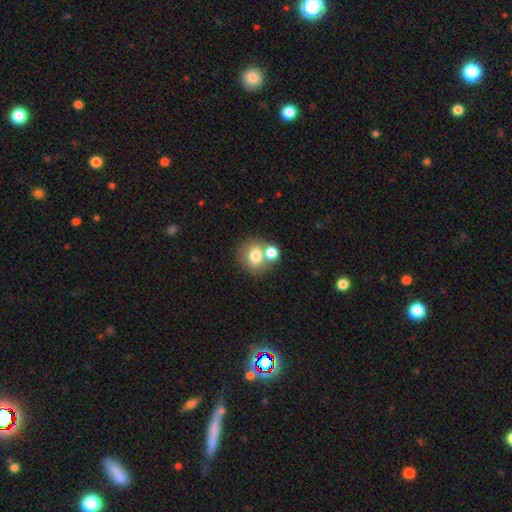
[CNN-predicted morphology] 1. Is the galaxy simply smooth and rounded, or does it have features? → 74% smooth, 15% featured or disk, 10% star or artifact.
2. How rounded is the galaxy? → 67% round, 32% in between, 1% cigar-shaped.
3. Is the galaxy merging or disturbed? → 44% none, 43% merger, 9% minor disturbance, 4% major disturbance.